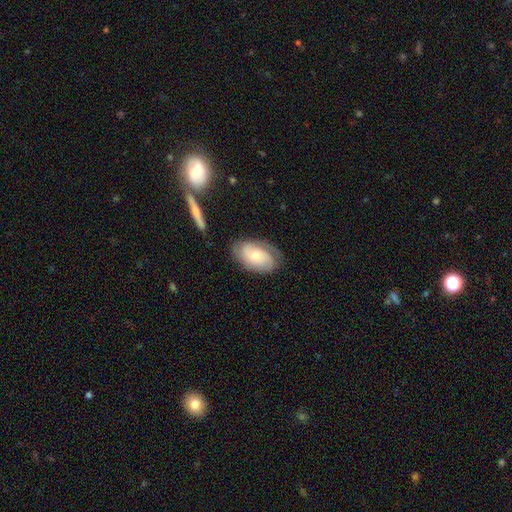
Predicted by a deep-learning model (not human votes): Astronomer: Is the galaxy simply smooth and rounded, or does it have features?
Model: featured or disk — 57% (runner-up: smooth, 37%).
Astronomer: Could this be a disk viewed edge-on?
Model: no — 94%.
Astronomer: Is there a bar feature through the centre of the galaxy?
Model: no — 68%.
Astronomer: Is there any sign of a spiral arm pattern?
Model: yes — 87%.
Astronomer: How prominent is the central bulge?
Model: moderate — 51% (runner-up: small, 41%).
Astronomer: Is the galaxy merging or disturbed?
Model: none — 72%.